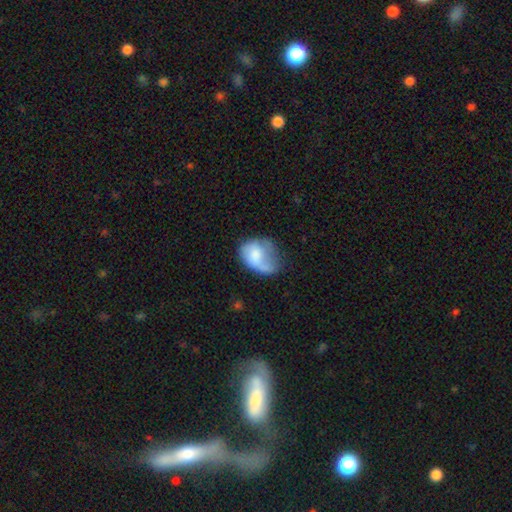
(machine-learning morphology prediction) Smooth or featured?
  - smooth: 60% *
  - featured or disk: 33%
  - star or artifact: 8%
How rounded?
  - in between: 70% *
  - round: 29%
  - cigar-shaped: 1%
Merging?
  - major disturbance: 40% *
  - minor disturbance: 29%
  - none: 21%
  - merger: 10%